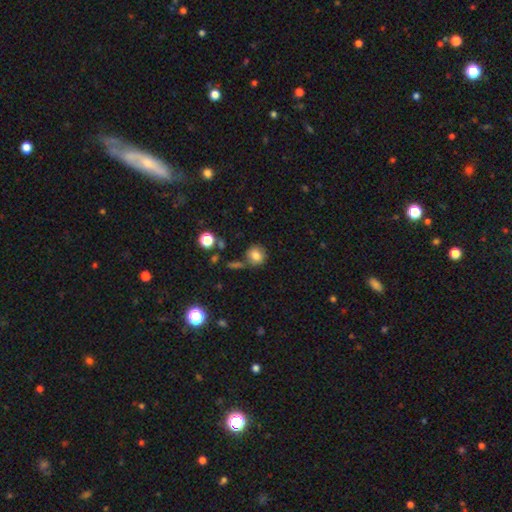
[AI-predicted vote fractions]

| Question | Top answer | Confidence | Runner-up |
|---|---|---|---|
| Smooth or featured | smooth | 80% | star or artifact (11%) |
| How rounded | round | 83% | in between (16%) |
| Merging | none | 70% | minor disturbance (15%) |